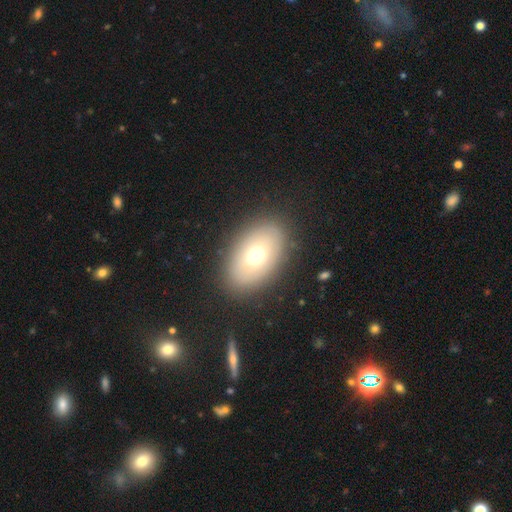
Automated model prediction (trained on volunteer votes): This is likely a smooth galaxy (67%). How rounded: clearly in between (89%). Merging: clearly none (87%).